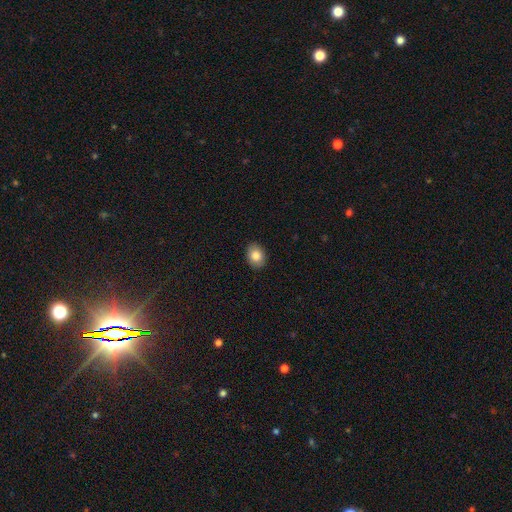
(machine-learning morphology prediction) Smooth or featured: smooth — 85% (star or artifact — 8%)
How rounded: in between — 65% (round — 34%)
Merging: none — 89% (minor disturbance — 8%)